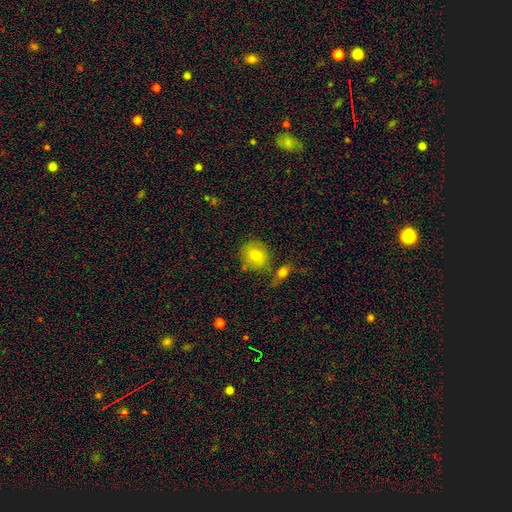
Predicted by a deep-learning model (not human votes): Morphology: type=smooth (77%); roundness=round (78%); merging=none (65%).